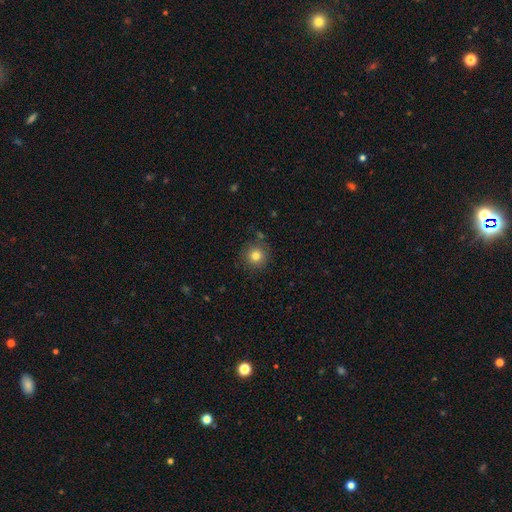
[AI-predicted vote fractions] smooth_or_featured: smooth (p=0.81) [alt: star or artifact p=0.12]
how_rounded: round (p=0.94) [alt: in between p=0.05]
merging: none (p=0.85) [alt: minor disturbance p=0.09]